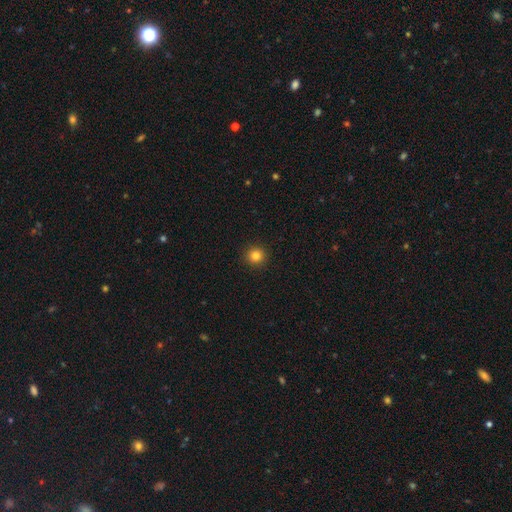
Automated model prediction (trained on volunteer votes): Smooth or featured?
  - smooth: 83% *
  - star or artifact: 13%
  - featured or disk: 5%
How rounded?
  - round: 95% *
  - in between: 4%
  - cigar-shaped: 1%
Merging?
  - none: 93% *
  - minor disturbance: 5%
  - major disturbance: 2%
  - merger: 1%